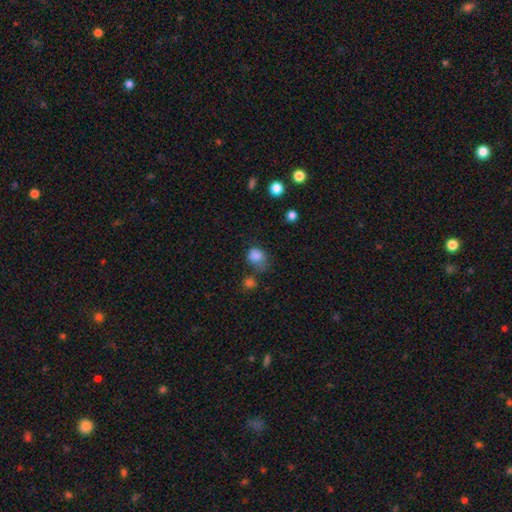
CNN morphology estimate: type=smooth (81%); roundness=round (51%); merging=none (40%).